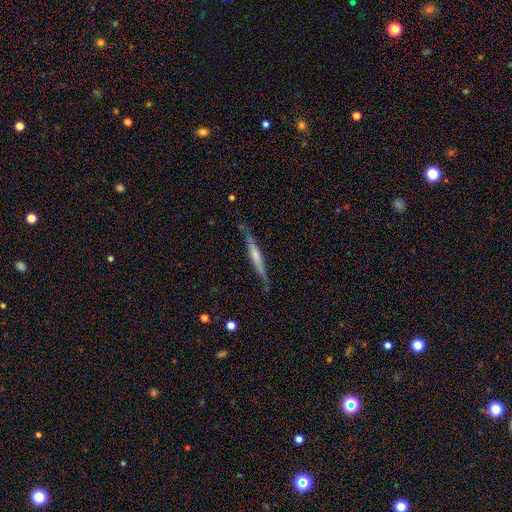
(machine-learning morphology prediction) type=featured or disk (53%); edge-on=yes (95%); edge-on bulge=none (46%); merging=none (78%).